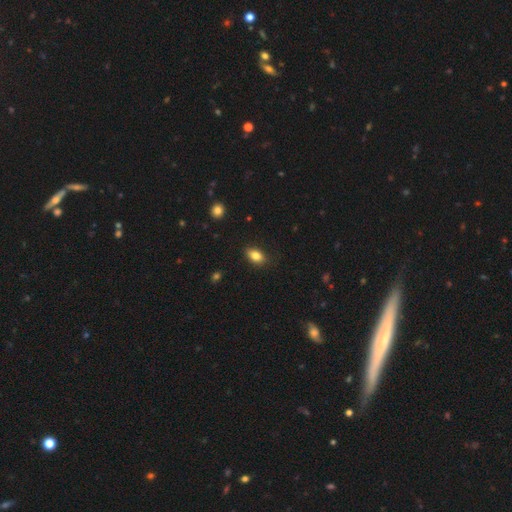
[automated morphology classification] This is clearly a smooth galaxy (83%). How rounded: clearly in between (85%). Merging: clearly none (83%).